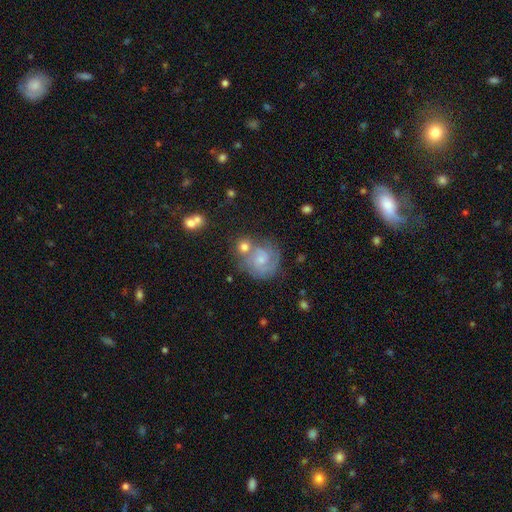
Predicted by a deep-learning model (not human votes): This appears to be a featured or disk galaxy (49%). Merging: none (65%).